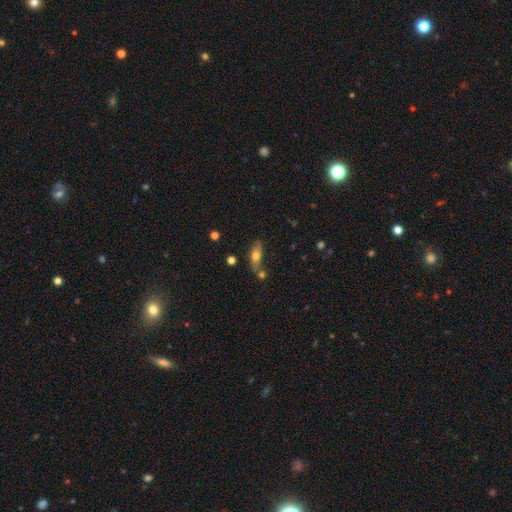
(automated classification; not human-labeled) smooth-or-featured: smooth: 65% | featured or disk: 26% | star or artifact: 9%
  how-rounded: in between: 65% | cigar-shaped: 30% | round: 5%
  merging: none: 61% | minor disturbance: 18% | merger: 16% | major disturbance: 6%